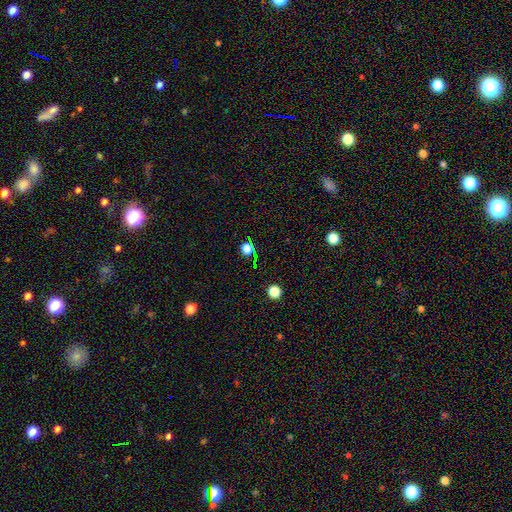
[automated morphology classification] The model was most divided on "smooth or featured": star or artifact: 52%, smooth: 40%, featured or disk: 8%.